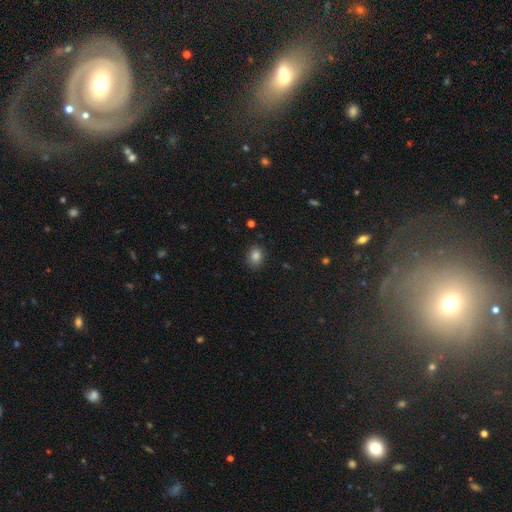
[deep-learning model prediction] Q: Smooth or featured?
A: smooth (84%); runner-up: star or artifact (11%)
Q: How rounded?
A: round (54%); runner-up: in between (45%)
Q: Merging?
A: none (86%); runner-up: minor disturbance (10%)